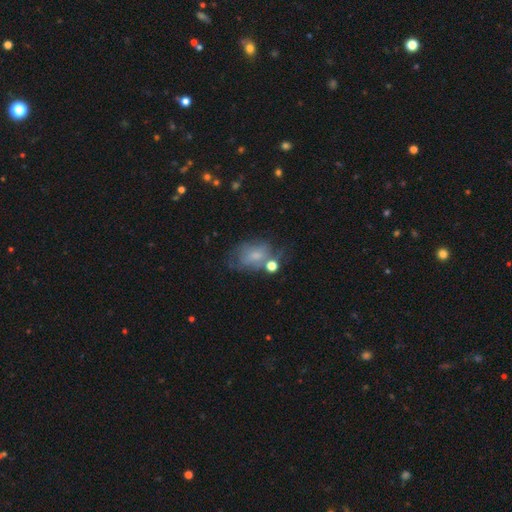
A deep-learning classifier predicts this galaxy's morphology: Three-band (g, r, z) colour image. It shows a smooth galaxy with no disk features (51%) that is in between round and cigar-shaped (78%). Merging: none (38%).